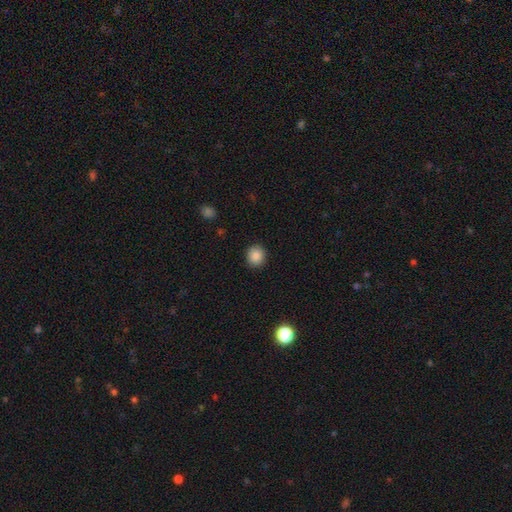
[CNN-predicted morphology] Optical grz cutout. It shows a smooth galaxy with no disk features (87%) that is round (84%). Merging: none (91%).